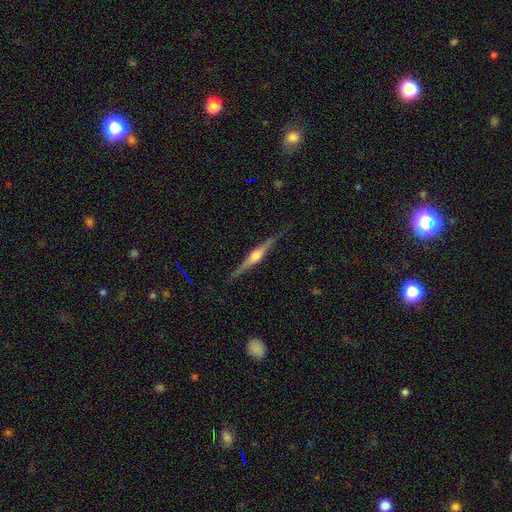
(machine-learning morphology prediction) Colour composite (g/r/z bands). It shows a featured or disk galaxy (78%) viewed edge-on (98%) with a rounded central bulge (87%). Merging: none (87%).